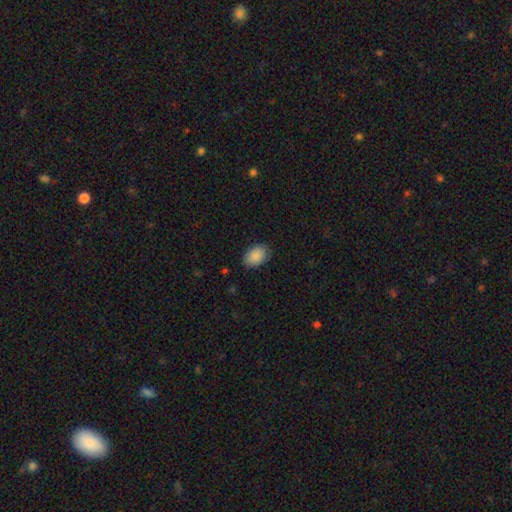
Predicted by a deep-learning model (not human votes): Smooth or featured?
  - smooth: 89% *
  - star or artifact: 7%
  - featured or disk: 4%
How rounded?
  - in between: 86% *
  - round: 13%
  - cigar-shaped: 1%
Merging?
  - none: 84% *
  - minor disturbance: 12%
  - major disturbance: 3%
  - merger: 1%